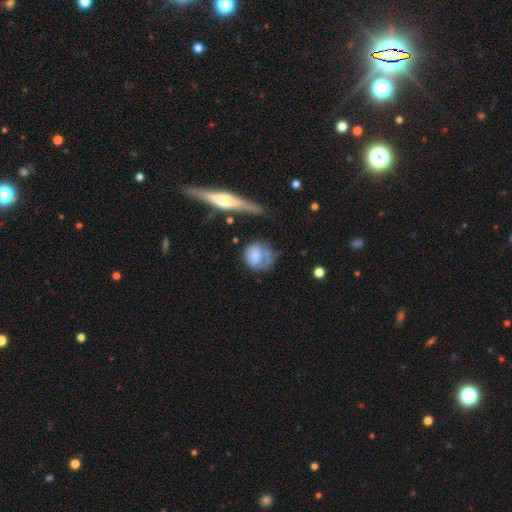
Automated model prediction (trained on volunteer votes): This is likely a smooth galaxy (68%). How rounded: likely round (72%). Merging: marginally none (42%).